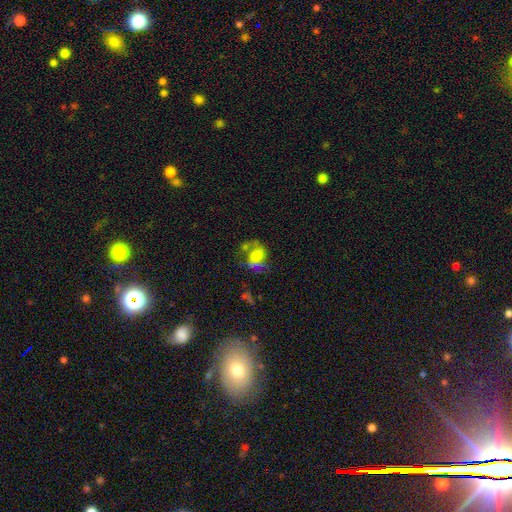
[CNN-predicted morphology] A featured or disk galaxy (45%). Merging: none (40%).